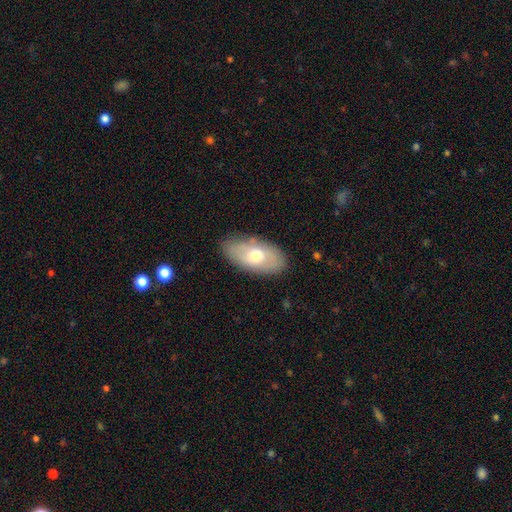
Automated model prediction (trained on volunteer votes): smooth 59%, featured or disk 35%, star or artifact 6%. Down the decision tree: how rounded — in between (92%); merging — none (80%).